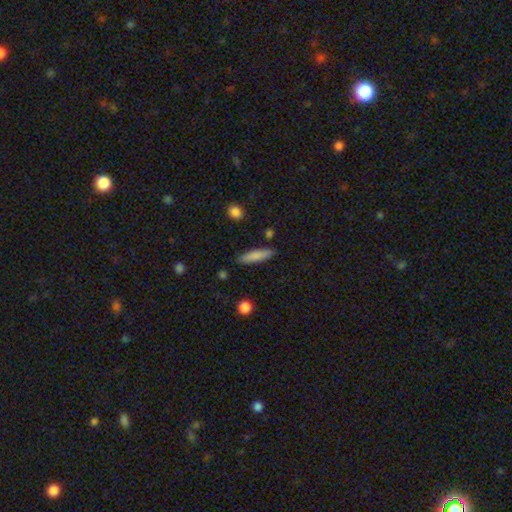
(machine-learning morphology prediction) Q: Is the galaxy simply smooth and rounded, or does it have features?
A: smooth — 80%.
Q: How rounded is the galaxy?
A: cigar-shaped — 78%.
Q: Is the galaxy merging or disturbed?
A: none — 86%.